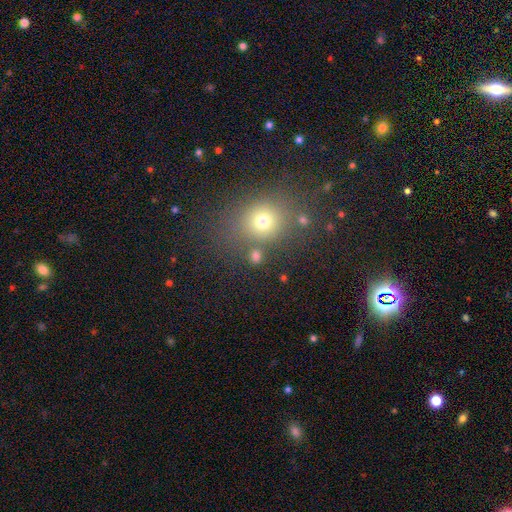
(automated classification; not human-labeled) This is likely a smooth galaxy (74%). How rounded: likely round (73%). Merging: likely none (74%).